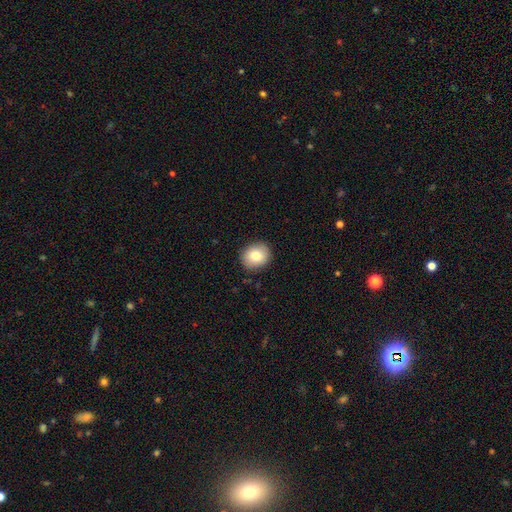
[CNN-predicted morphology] Q: Smooth or featured?
A: smooth (81%); runner-up: featured or disk (11%)
Q: How rounded?
A: round (69%); runner-up: in between (30%)
Q: Merging?
A: none (89%); runner-up: minor disturbance (8%)